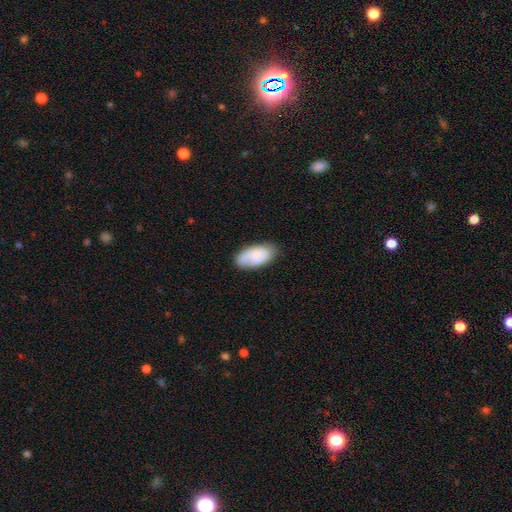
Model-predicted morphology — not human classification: This appears to be a smooth galaxy with no disk features (68%) that is in between round and cigar-shaped (93%). Merging: none (74%).